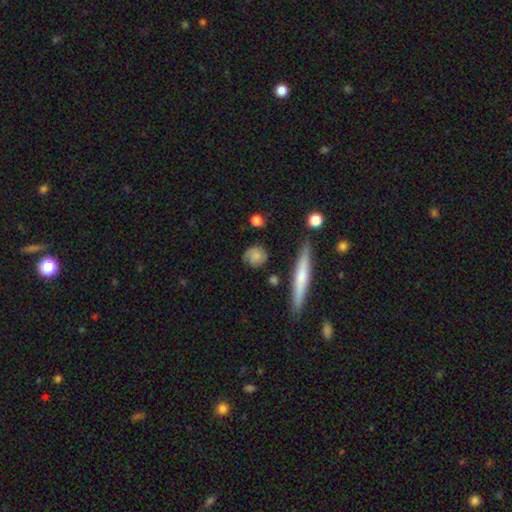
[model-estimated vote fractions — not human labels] Q: Smooth or featured?
A: smooth (53%); runner-up: featured or disk (39%)
Q: How rounded?
A: round (68%); runner-up: in between (24%)
Q: Merging?
A: none (71%); runner-up: minor disturbance (20%)